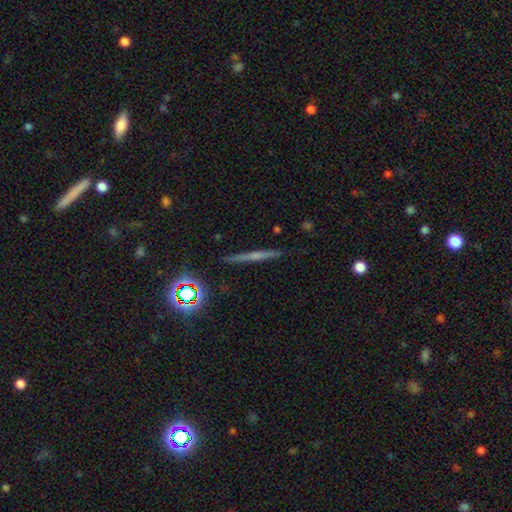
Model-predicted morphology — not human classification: type=featured or disk (57%); edge-on=yes (97%); edge-on bulge=rounded (51%); merging=none (91%).